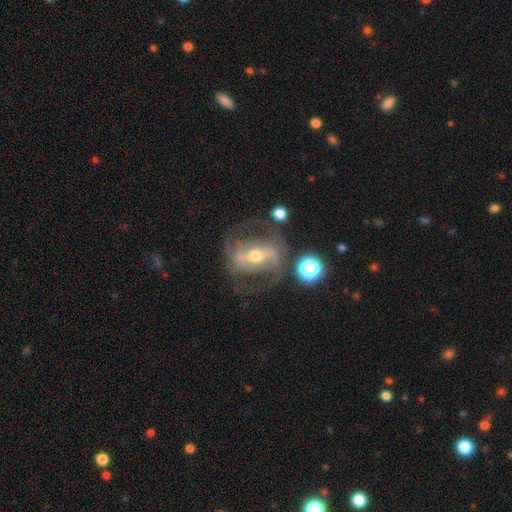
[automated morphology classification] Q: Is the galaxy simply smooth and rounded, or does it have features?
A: featured or disk — 84%.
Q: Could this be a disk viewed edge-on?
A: no — 94%.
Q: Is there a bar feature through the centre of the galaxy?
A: strong — 59%.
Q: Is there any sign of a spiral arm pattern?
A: yes — 87%.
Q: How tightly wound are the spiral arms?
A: medium — 49%.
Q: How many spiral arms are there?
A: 2 — 81%.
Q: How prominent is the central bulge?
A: moderate — 62%.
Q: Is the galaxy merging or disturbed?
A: none — 65%.